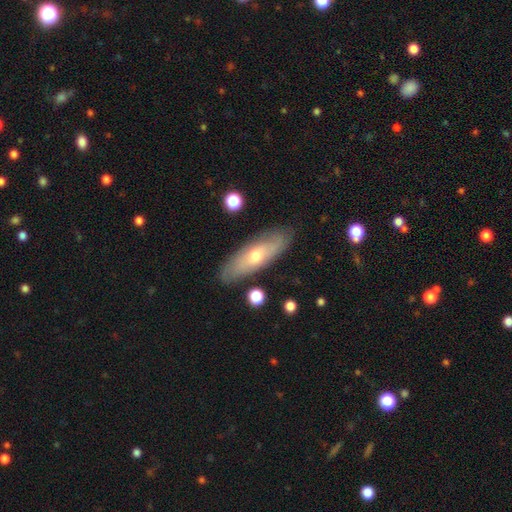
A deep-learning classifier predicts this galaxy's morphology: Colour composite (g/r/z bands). It shows a featured or disk galaxy (50%). Merging: none (85%).